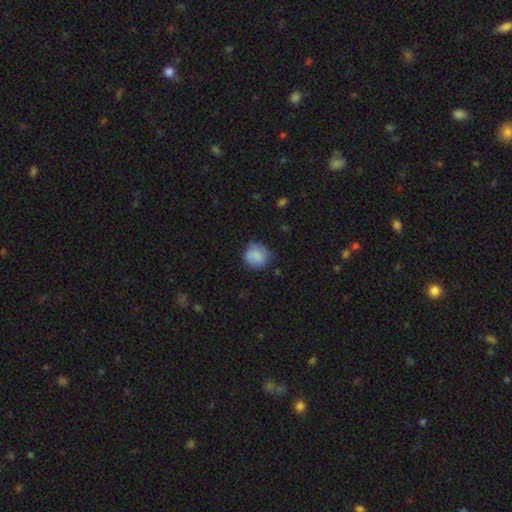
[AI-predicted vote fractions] smooth_or_featured: smooth (p=0.80) [alt: featured or disk p=0.12]
how_rounded: round (p=0.85) [alt: in between p=0.14]
merging: none (p=0.69) [alt: minor disturbance p=0.22]